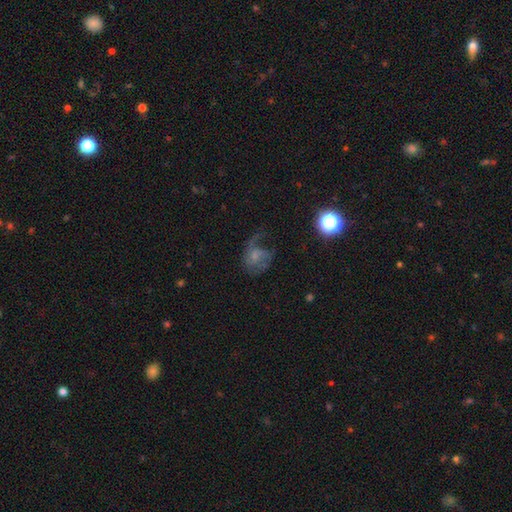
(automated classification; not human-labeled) This appears to be a featured or disk galaxy (52%) with no bar (71%), spiral arms (72%) and a small central bulge (40%). Merging: major disturbance (50%).